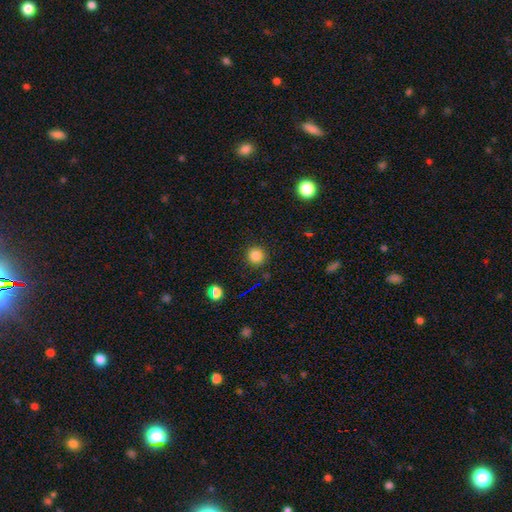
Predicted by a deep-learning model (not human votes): smooth-or-featured: smooth: 83% | star or artifact: 13% | featured or disk: 4%
  how-rounded: round: 94% | in between: 5% | cigar-shaped: 1%
  merging: none: 90% | minor disturbance: 6% | major disturbance: 2% | merger: 1%